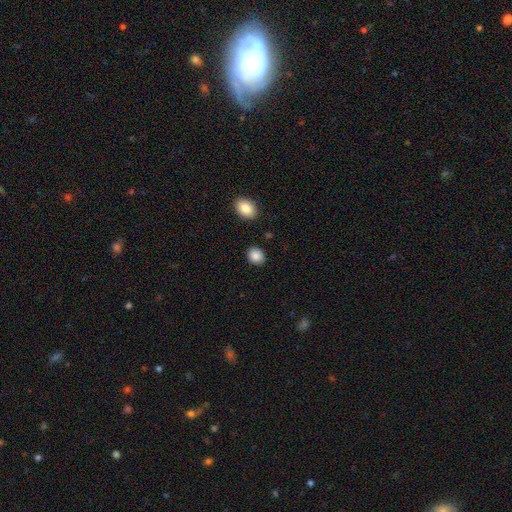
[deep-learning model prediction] Smooth or featured? Predicted: smooth (p=0.88). How rounded? Predicted: round (p=0.67). Merging? Predicted: none (p=0.88).